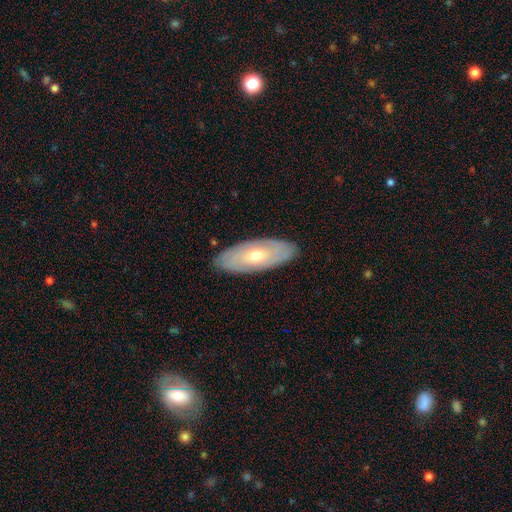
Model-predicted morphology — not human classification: smooth_or_featured: featured or disk (p=0.54) [alt: smooth p=0.40]
disk_edge_on: no (p=0.78) [alt: yes p=0.22]
merging: none (p=0.86) [alt: minor disturbance p=0.10]